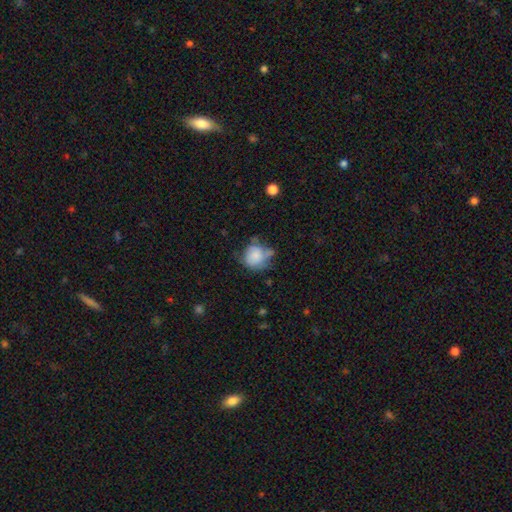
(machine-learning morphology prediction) Q: Smooth or featured?
A: smooth (73%); runner-up: featured or disk (19%)
Q: How rounded?
A: round (73%); runner-up: in between (26%)
Q: Merging?
A: none (38%); runner-up: minor disturbance (33%)